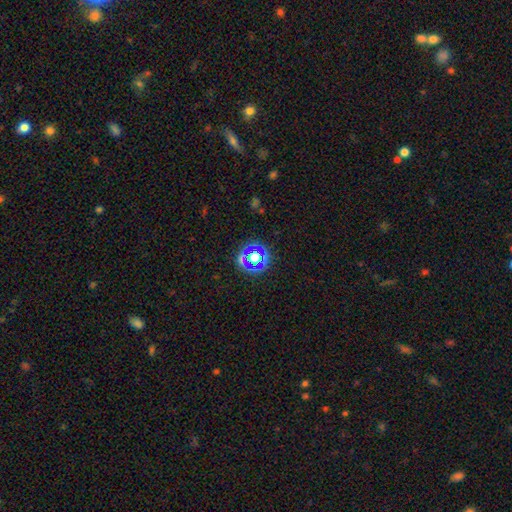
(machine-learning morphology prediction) Smooth or featured: star or artifact — 57% (smooth — 31%)